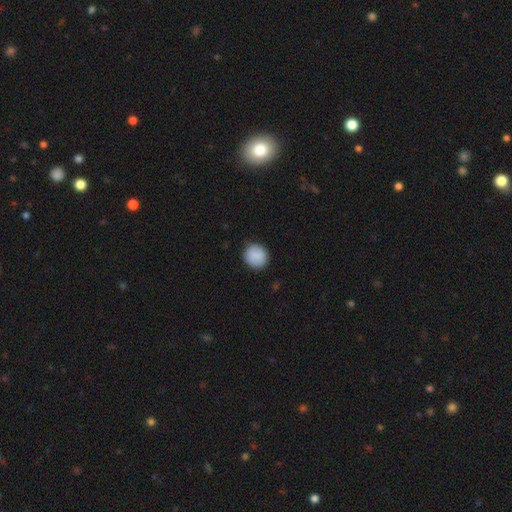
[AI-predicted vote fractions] This is clearly a smooth galaxy (88%). How rounded: clearly round (86%). Merging: clearly none (88%).